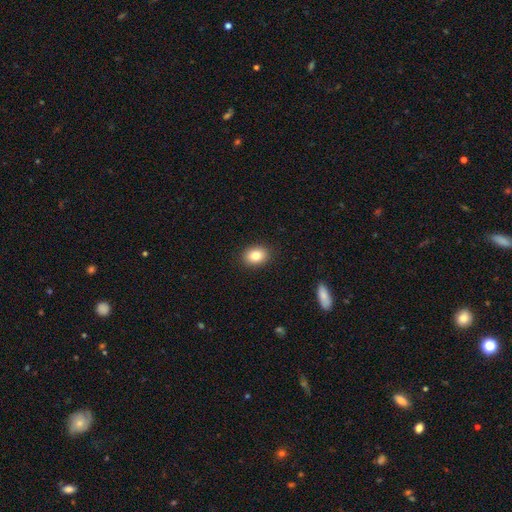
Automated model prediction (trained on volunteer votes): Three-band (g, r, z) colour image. It shows a smooth galaxy with no disk features (83%) that is in between round and cigar-shaped (57%). Merging: none (90%).